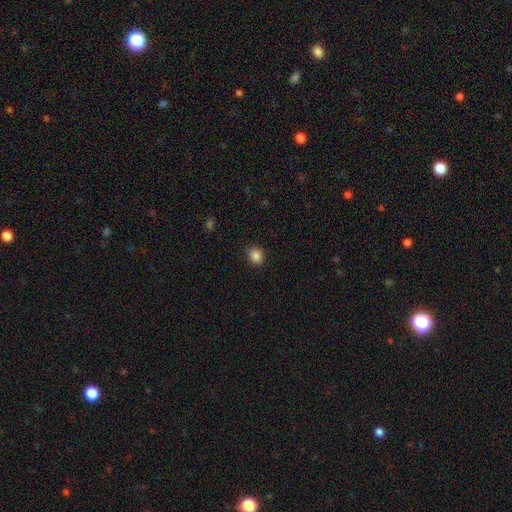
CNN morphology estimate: Overall: smooth (86%). How rounded: round (76%). Merging: none (87%).